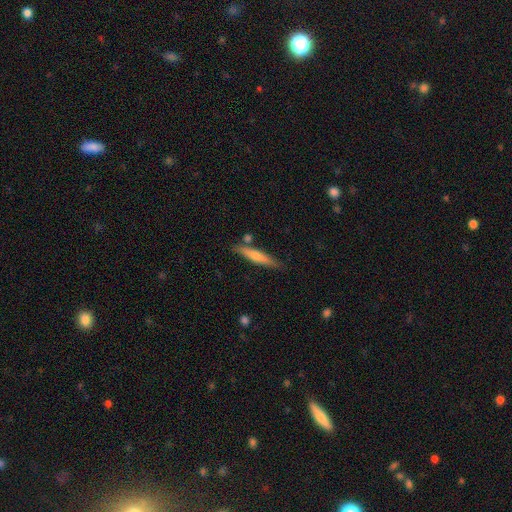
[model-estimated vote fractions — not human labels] This is possibly a featured or disk galaxy (50%). Merging: clearly none (83%).